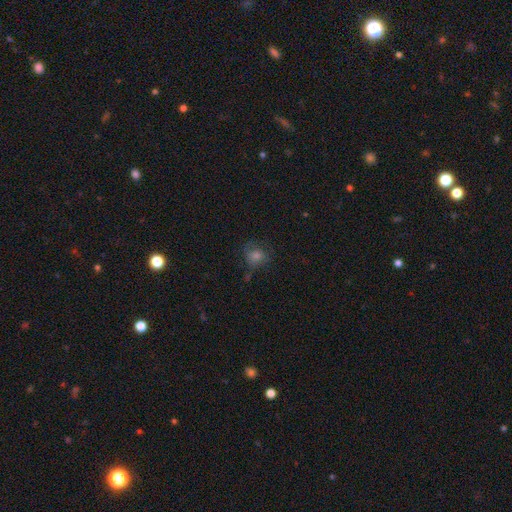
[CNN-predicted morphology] Smooth or featured? smooth (59%)
How rounded? round (77%)
Merging? none (67%)